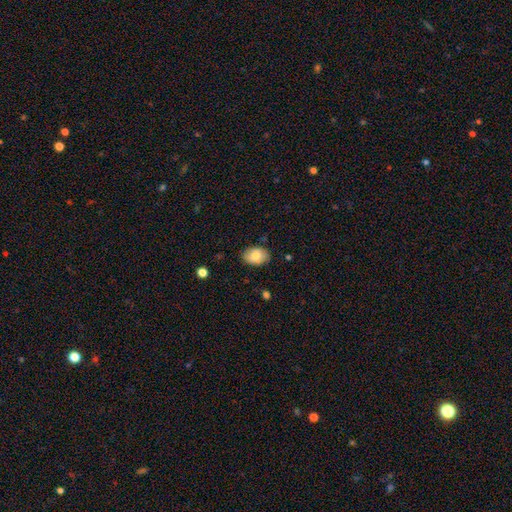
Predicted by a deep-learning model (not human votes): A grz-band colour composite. It shows a smooth galaxy with no disk features (82%) that is in between round and cigar-shaped (85%). Merging: none (85%).